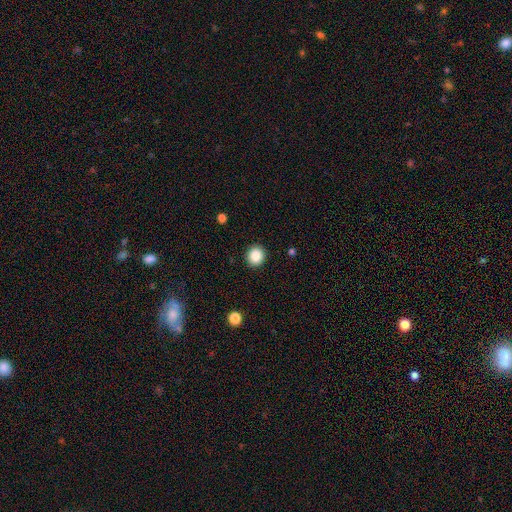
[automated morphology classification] Smooth or featured?
  - smooth: 87% *
  - star or artifact: 9%
  - featured or disk: 4%
How rounded?
  - round: 88% *
  - in between: 11%
  - cigar-shaped: 1%
Merging?
  - none: 92% *
  - minor disturbance: 5%
  - major disturbance: 2%
  - merger: 1%